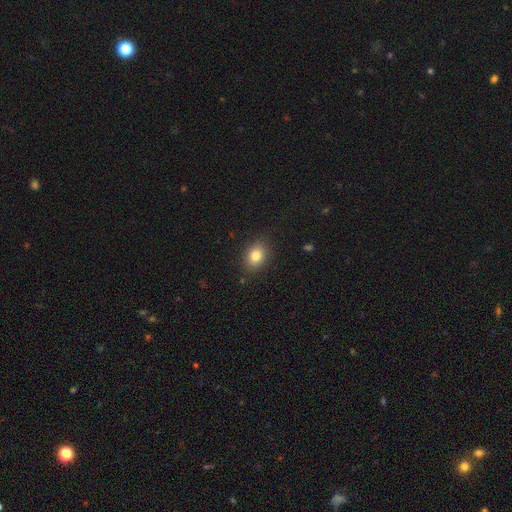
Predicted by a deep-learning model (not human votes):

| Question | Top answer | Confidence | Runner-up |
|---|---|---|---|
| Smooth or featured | smooth | 83% | star or artifact (10%) |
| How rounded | in between | 62% | round (37%) |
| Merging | none | 86% | minor disturbance (10%) |